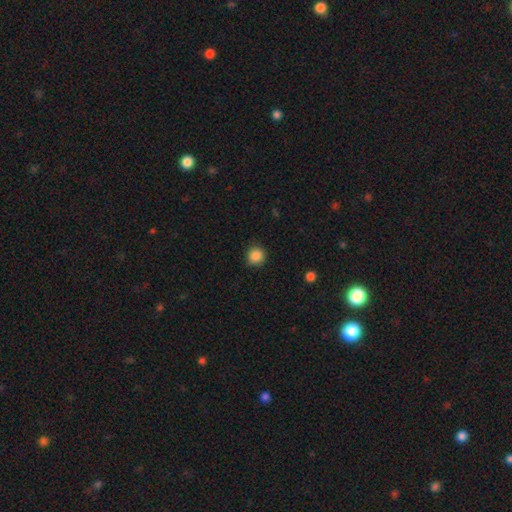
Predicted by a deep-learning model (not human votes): Morphology: type=smooth (86%); roundness=round (91%); merging=none (86%).